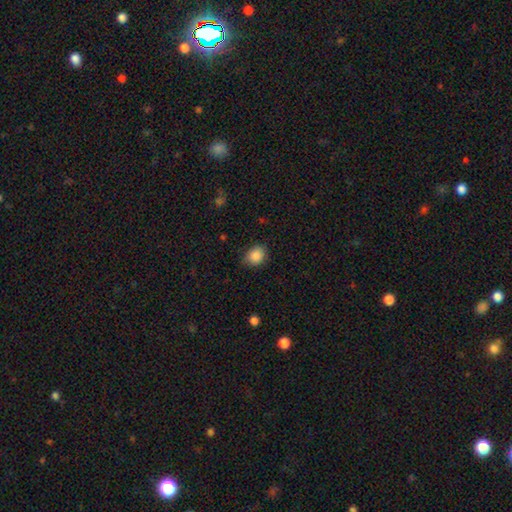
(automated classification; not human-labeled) Smooth or featured? Predicted: smooth (p=0.88). How rounded? Predicted: round (p=0.57). Merging? Predicted: none (p=0.80).